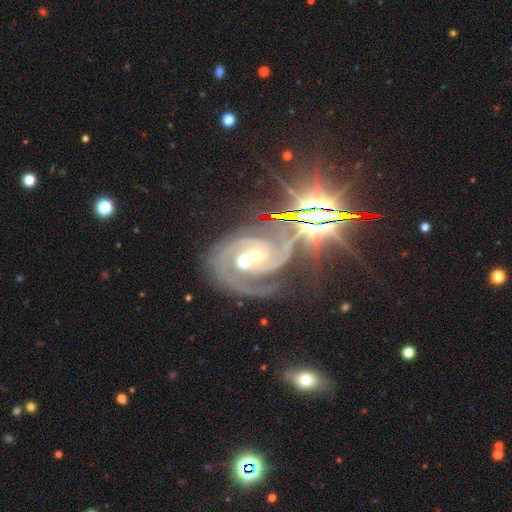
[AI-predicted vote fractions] smooth-or-featured: featured or disk: 84% | star or artifact: 12% | smooth: 4%
  disk-edge-on: no: 97% | yes: 3%
    bar: no: 57% | weak: 29% | strong: 14%
    has-spiral-arms: yes: 98% | no: 2%
      spiral-winding: tight: 55% | medium: 39% | loose: 7%
      spiral-arm-count: 2: 63% | 3: 16% | can't tell: 9% | 1: 5% | 4: 4% | more than 4: 4%
    bulge-size: moderate: 53% | small: 42% | large: 3% | none: 1% | dominant: 1%
  merging: none: 48% | merger: 20% | minor disturbance: 19% | major disturbance: 14%